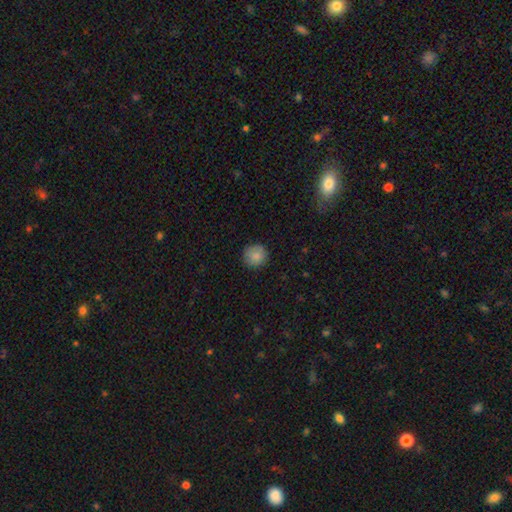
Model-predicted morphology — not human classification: Smooth or featured?
  - smooth: 86% *
  - star or artifact: 8%
  - featured or disk: 5%
How rounded?
  - round: 94% *
  - in between: 5%
  - cigar-shaped: 1%
Merging?
  - none: 89% *
  - minor disturbance: 8%
  - major disturbance: 2%
  - merger: 1%